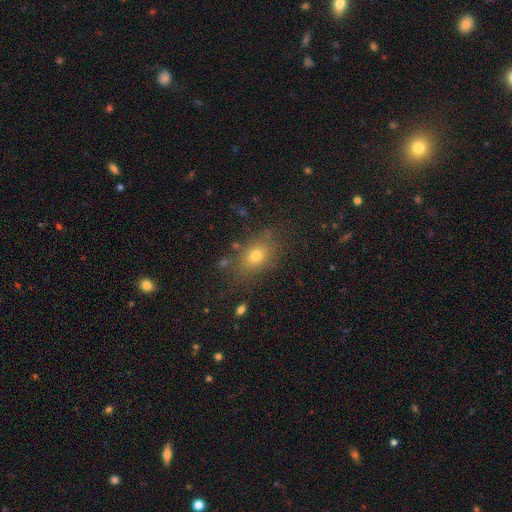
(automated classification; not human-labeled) Q: Smooth or featured?
A: smooth (73%); runner-up: star or artifact (15%)
Q: How rounded?
A: in between (68%); runner-up: round (29%)
Q: Merging?
A: none (78%); runner-up: minor disturbance (14%)